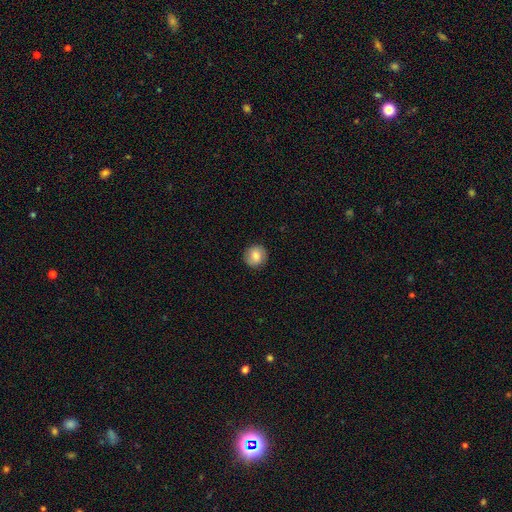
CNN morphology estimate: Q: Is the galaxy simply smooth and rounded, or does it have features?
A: smooth — 80%.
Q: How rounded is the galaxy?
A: round — 92%.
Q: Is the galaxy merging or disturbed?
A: none — 90%.